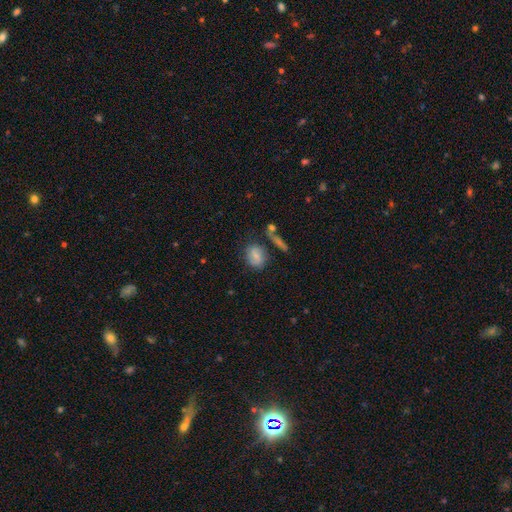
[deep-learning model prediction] A smooth galaxy with no disk features (68%) that is in between round and cigar-shaped (52%).

Vote fractions:
- Smooth or featured? smooth: 68% / featured or disk: 22% / star or artifact: 9%
- How rounded? in between: 52% / round: 45% / cigar-shaped: 3%
- Merging? none: 65% / minor disturbance: 19% / merger: 10% / major disturbance: 7%